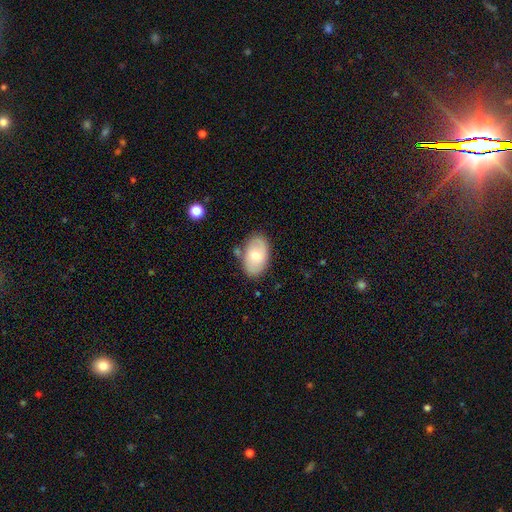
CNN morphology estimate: smooth_or_featured: smooth (p=0.65) [alt: featured or disk p=0.28]
how_rounded: in between (p=0.91) [alt: round p=0.08]
merging: none (p=0.77) [alt: minor disturbance p=0.15]